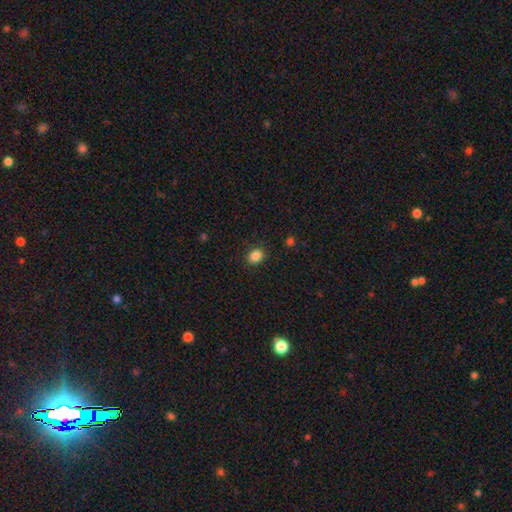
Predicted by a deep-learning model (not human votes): A smooth galaxy with no disk features (86%) that is round (53%).

Vote fractions:
- Smooth or featured? smooth: 86% / star or artifact: 11% / featured or disk: 4%
- How rounded? round: 53% / in between: 46% / cigar-shaped: 1%
- Merging? none: 89% / minor disturbance: 8% / major disturbance: 2% / merger: 1%